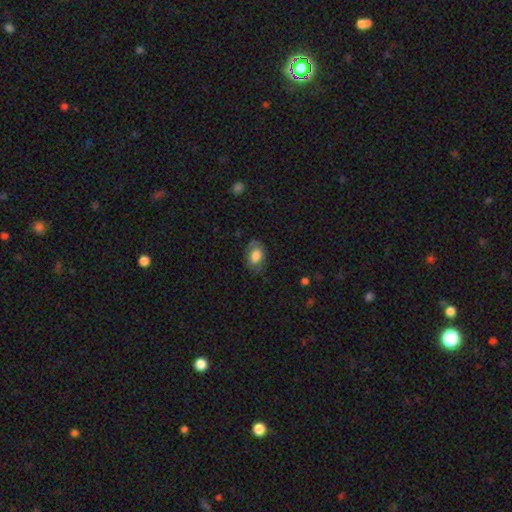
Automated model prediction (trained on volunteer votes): A smooth galaxy with no disk features (67%) that is in between round and cigar-shaped (87%).

Vote fractions:
- Smooth or featured? smooth: 67% / featured or disk: 25% / star or artifact: 7%
- How rounded? in between: 87% / round: 12% / cigar-shaped: 1%
- Merging? none: 70% / minor disturbance: 20% / major disturbance: 9% / merger: 1%